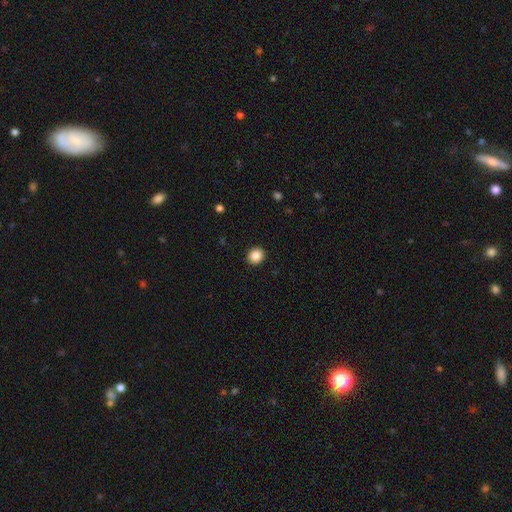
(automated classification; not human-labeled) Smooth or featured: smooth — 86% (star or artifact — 9%)
How rounded: round — 79% (in between — 20%)
Merging: none — 92% (minor disturbance — 5%)